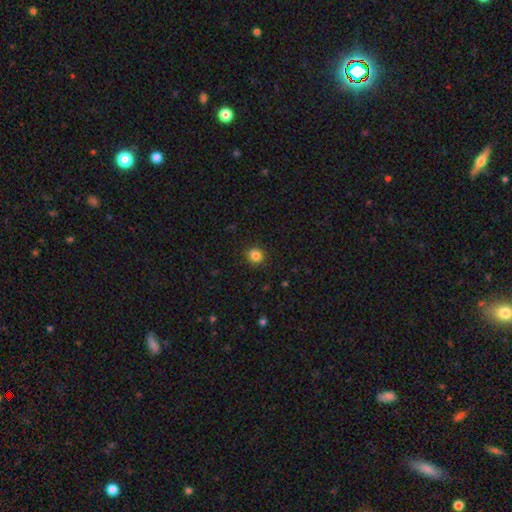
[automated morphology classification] Smooth or featured: smooth — 85% (star or artifact — 11%)
How rounded: round — 84% (in between — 15%)
Merging: none — 90% (minor disturbance — 7%)